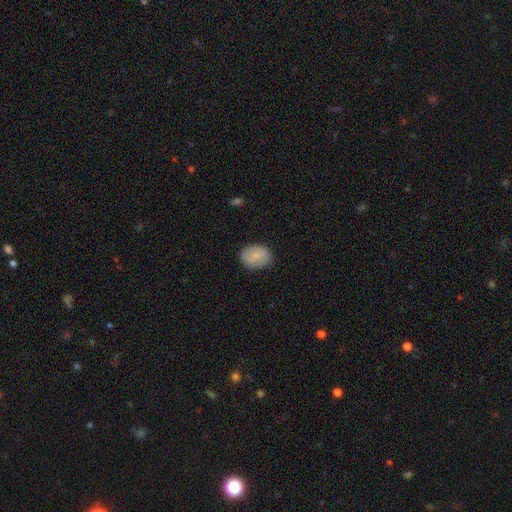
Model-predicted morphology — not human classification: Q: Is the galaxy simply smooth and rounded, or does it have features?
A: smooth — 79%.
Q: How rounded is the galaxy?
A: in between — 50%.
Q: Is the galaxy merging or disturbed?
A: none — 79%.